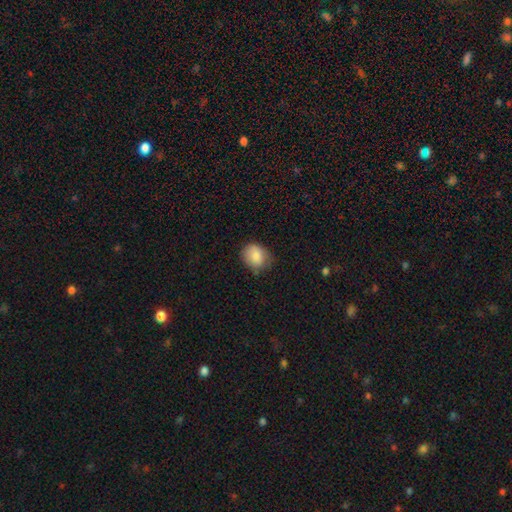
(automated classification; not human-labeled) Smooth or featured? smooth (82%)
How rounded? round (56%)
Merging? none (67%)